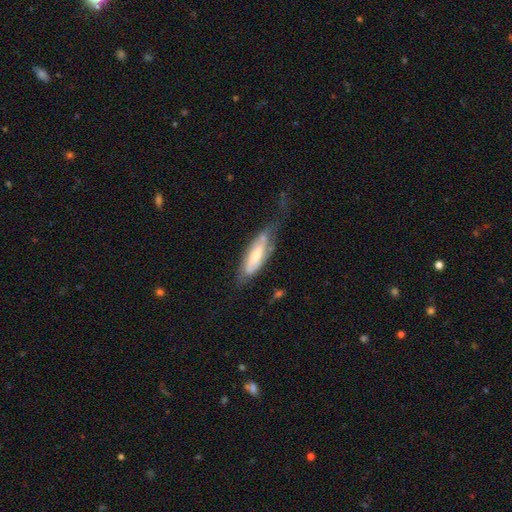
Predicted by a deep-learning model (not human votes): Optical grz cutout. It shows a featured or disk galaxy (52%). Merging: none (42%).